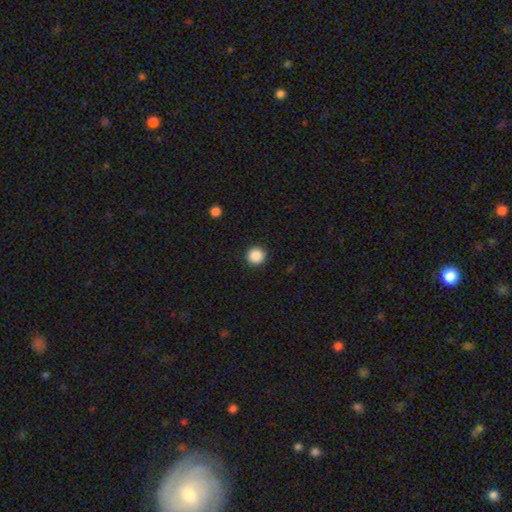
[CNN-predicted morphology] Overall: smooth (88%). How rounded: round (95%). Merging: none (92%).